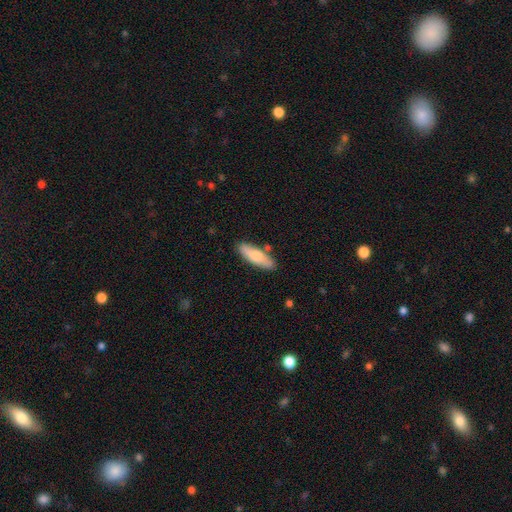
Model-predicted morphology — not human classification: This appears to be a smooth galaxy with no disk features (73%) that is cigar-shaped (51%). Merging: none (81%).